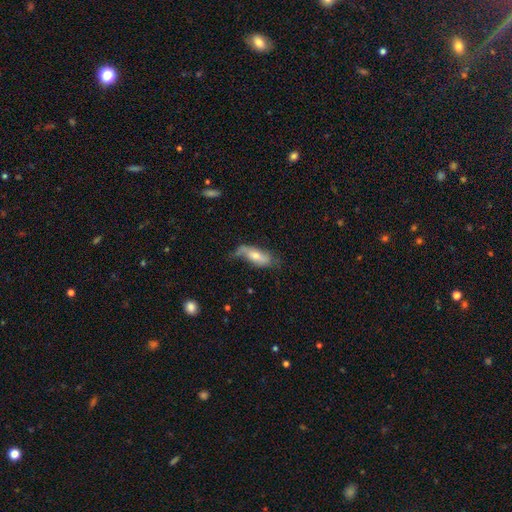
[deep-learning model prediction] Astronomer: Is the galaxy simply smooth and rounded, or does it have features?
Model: smooth — 51% (runner-up: featured or disk, 42%).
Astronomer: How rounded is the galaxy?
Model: in between — 73%.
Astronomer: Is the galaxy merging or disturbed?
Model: none — 42% (runner-up: minor disturbance, 34%).